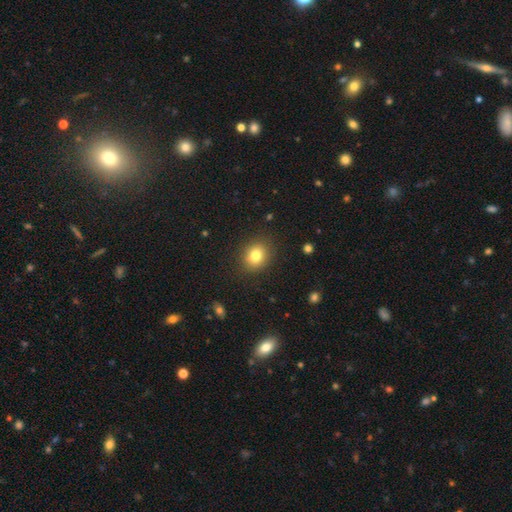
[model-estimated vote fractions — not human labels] This is likely a smooth galaxy (80%). How rounded: likely round (67%). Merging: clearly none (88%).